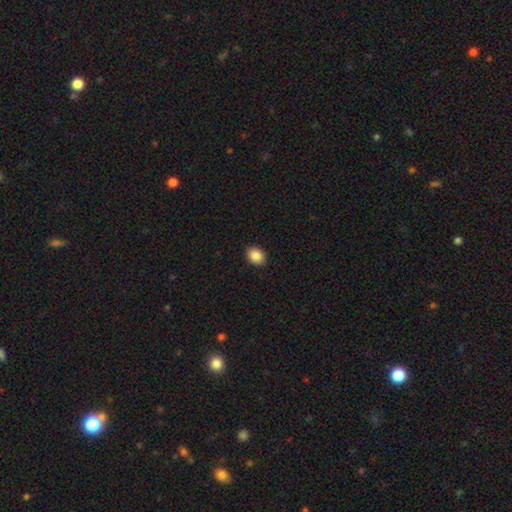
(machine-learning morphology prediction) type=smooth (88%); roundness=in between (52%); merging=none (91%).